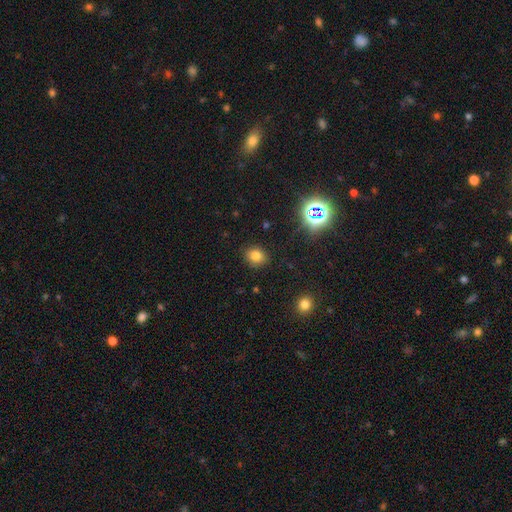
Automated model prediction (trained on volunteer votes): This appears to be a smooth galaxy with no disk features (78%) that is round (64%). Merging: none (86%).